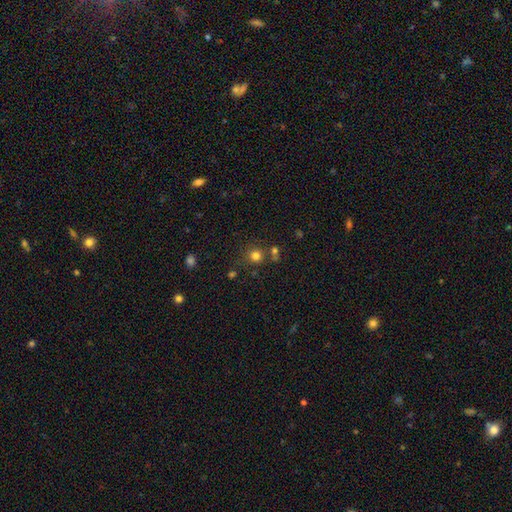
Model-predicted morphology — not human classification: Smooth or featured? Predicted: smooth (p=0.78). How rounded? Predicted: round (p=0.90). Merging? Predicted: none (p=0.73).